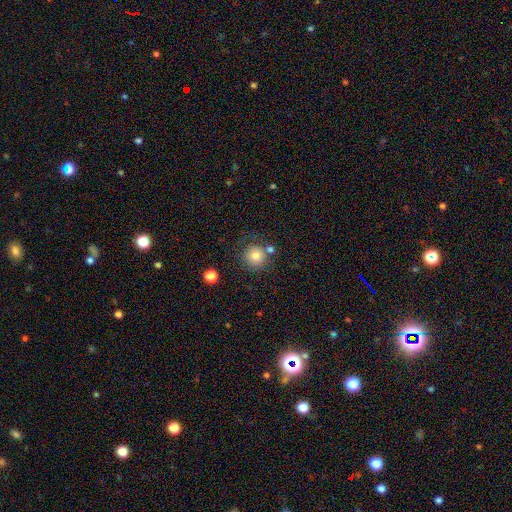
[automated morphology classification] The model was most divided on "merging": none: 73%, minor disturbance: 11%, merger: 11%, major disturbance: 5%. More confident: how rounded — round (94%); smooth or featured — smooth (78%).